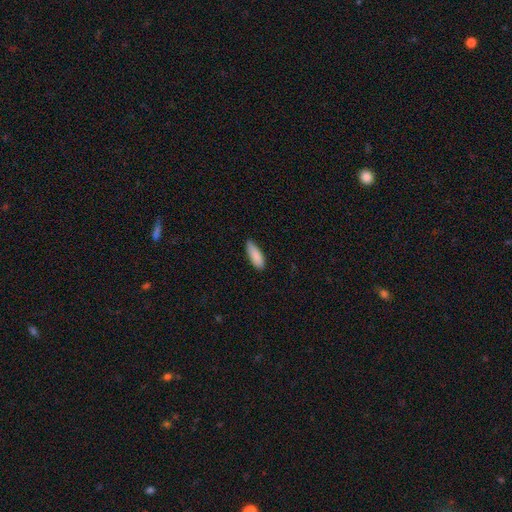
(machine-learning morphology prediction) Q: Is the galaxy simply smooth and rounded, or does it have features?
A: smooth — 89%.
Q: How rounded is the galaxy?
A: in between — 65%.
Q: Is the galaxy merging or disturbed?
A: none — 78%.